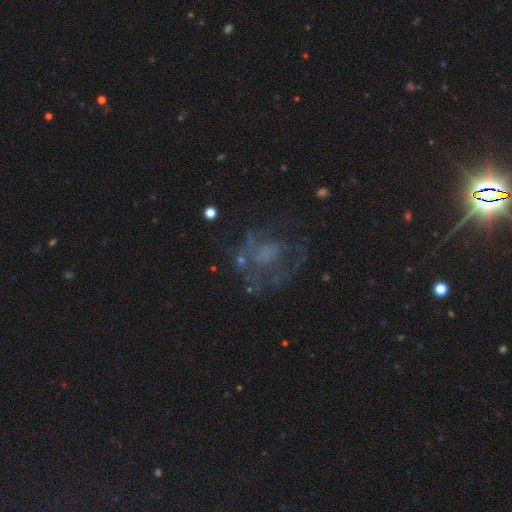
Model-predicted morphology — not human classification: Q: Smooth or featured?
A: featured or disk (60%); runner-up: smooth (21%)
Q: Edge-on disk?
A: no (97%); runner-up: yes (3%)
Q: Bar?
A: no (80%); runner-up: weak (16%)
Q: Spiral arms?
A: no (57%); runner-up: yes (43%)
Q: Bulge size?
A: none (57%); runner-up: small (17%)
Q: Merging?
A: none (51%); runner-up: major disturbance (29%)